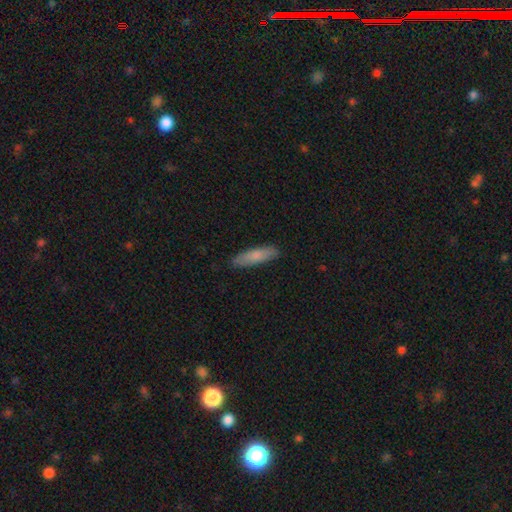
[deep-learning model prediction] Overall: smooth (79%). How rounded: cigar-shaped (70%). Merging: none (87%).